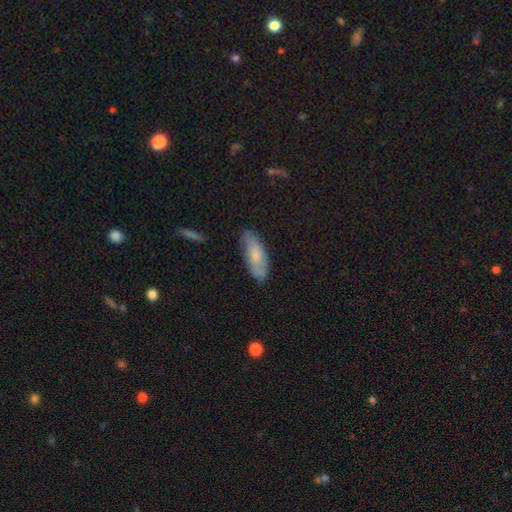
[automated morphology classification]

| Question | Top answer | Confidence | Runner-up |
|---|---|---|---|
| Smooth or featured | smooth | 73% | featured or disk (21%) |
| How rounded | in between | 72% | cigar-shaped (26%) |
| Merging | none | 75% | minor disturbance (19%) |